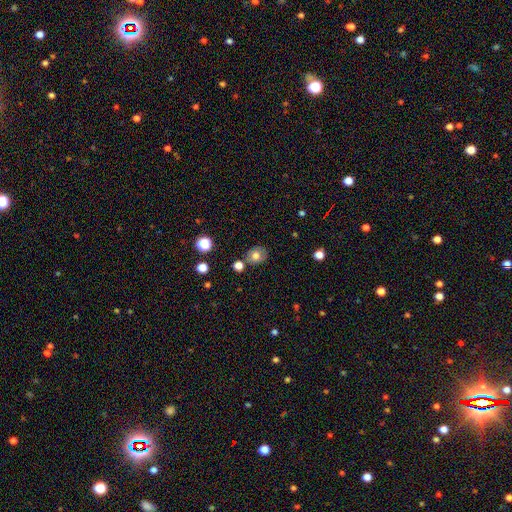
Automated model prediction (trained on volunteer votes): Smooth or featured? smooth (70%)
How rounded? round (59%)
Merging? none (74%)